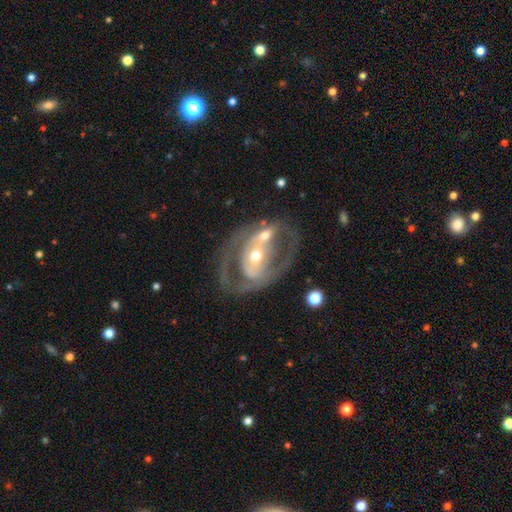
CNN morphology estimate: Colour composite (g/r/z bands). It shows a featured or disk galaxy (78%) with no bar (52%), spiral arms (54%) and a moderate central bulge (62%). Merging: none (45%).